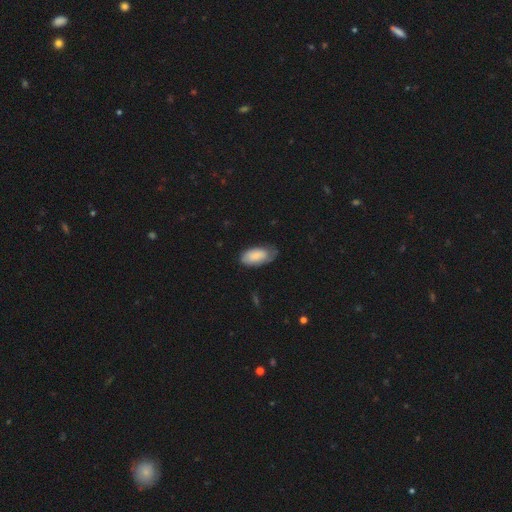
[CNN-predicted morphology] Overall: smooth (77%). How rounded: in between (94%). Merging: none (53%; minor disturbance 35%).